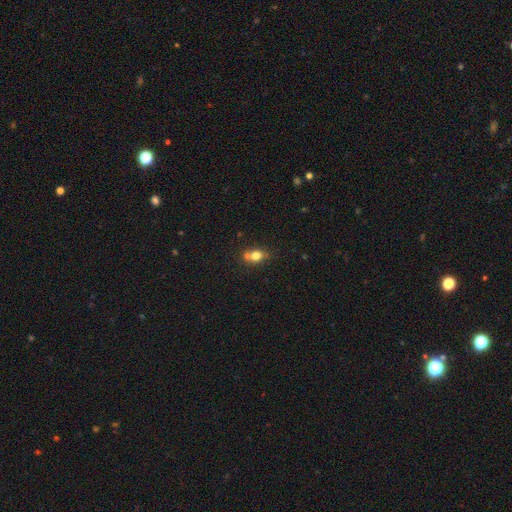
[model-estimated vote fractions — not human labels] Q: Smooth or featured?
A: smooth (73%); runner-up: featured or disk (15%)
Q: How rounded?
A: round (61%); runner-up: in between (37%)
Q: Merging?
A: none (46%); runner-up: merger (38%)